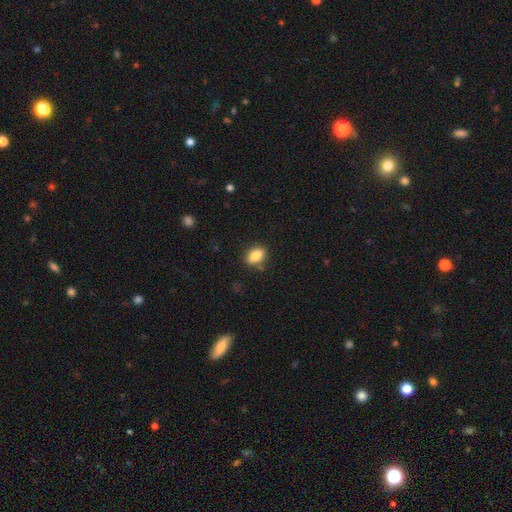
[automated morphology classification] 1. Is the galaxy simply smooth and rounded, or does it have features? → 85% smooth, 8% star or artifact, 6% featured or disk.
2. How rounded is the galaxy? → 84% in between, 14% round, 2% cigar-shaped.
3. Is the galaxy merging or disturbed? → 83% none, 11% minor disturbance, 3% major disturbance, 3% merger.